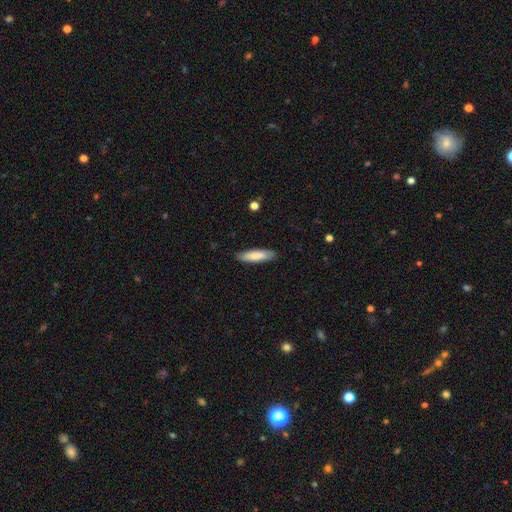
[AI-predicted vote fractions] Morphology: type=smooth (80%); roundness=cigar-shaped (68%); merging=none (88%).